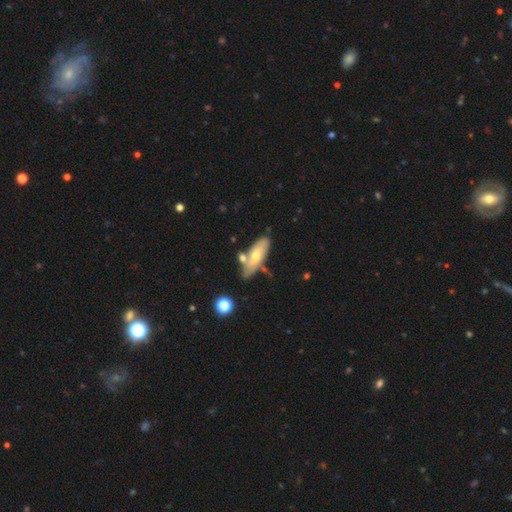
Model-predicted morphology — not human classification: featured or disk 48%, smooth 42%, star or artifact 9%. Down the decision tree: merging — none (57%).